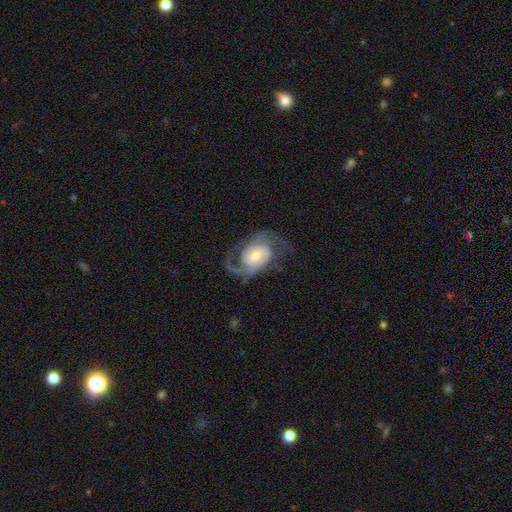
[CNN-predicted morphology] Smooth or featured? featured or disk (85%)
Edge-on disk? no (97%)
Bar? no (48%)
Spiral arms? yes (95%)
Spiral winding? medium (50%)
Spiral arm count? 2 (80%)
Bulge size? moderate (51%)
Merging? none (62%)